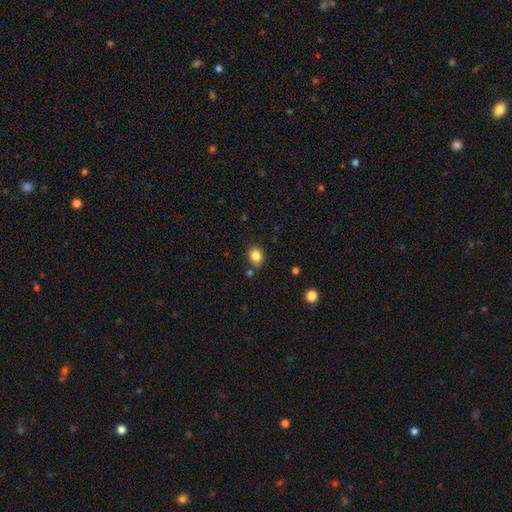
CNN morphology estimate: The model was most divided on "how rounded": round: 65%, in between: 34%, cigar-shaped: 1%. More confident: smooth or featured — smooth (84%); merging — none (75%).